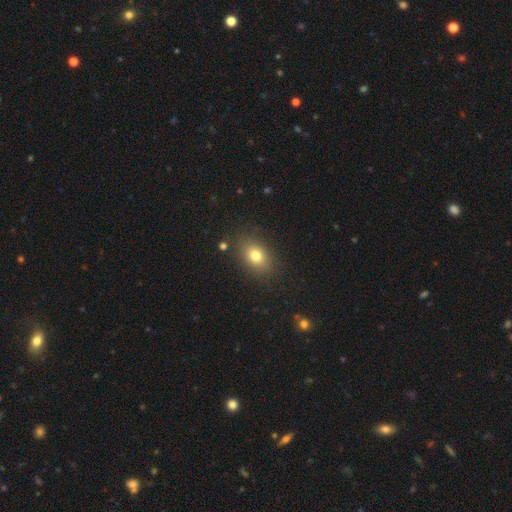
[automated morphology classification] The model was most divided on "how rounded": in between: 75%, round: 24%, cigar-shaped: 2%. More confident: merging — none (85%); smooth or featured — smooth (77%).